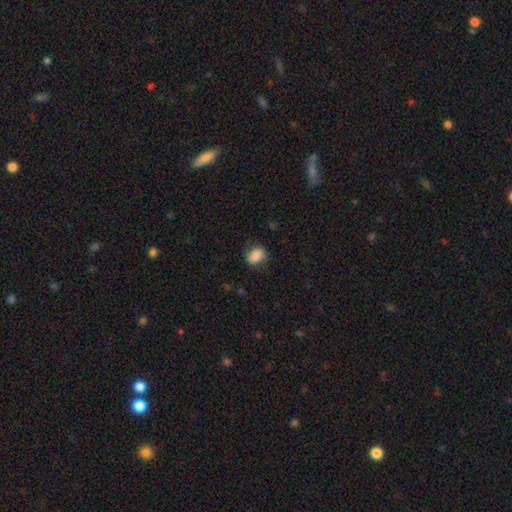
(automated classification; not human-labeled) Smooth or featured: smooth — 79% (featured or disk — 13%)
How rounded: in between — 60% (round — 39%)
Merging: none — 73% (minor disturbance — 20%)